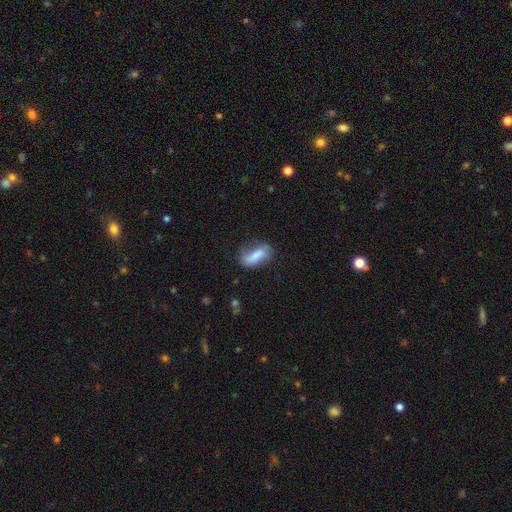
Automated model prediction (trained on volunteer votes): Smooth or featured: smooth — 67% (featured or disk — 25%)
How rounded: in between — 71% (cigar-shaped — 25%)
Merging: none — 55% (minor disturbance — 29%)